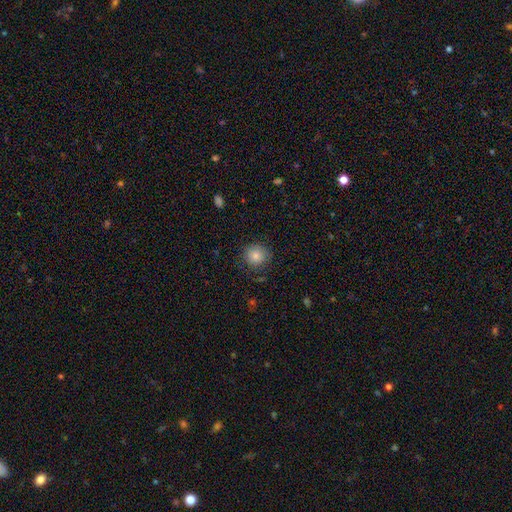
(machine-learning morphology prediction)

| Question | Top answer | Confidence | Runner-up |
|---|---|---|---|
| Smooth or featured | smooth | 82% | star or artifact (10%) |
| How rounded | round | 87% | in between (12%) |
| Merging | none | 83% | minor disturbance (12%) |